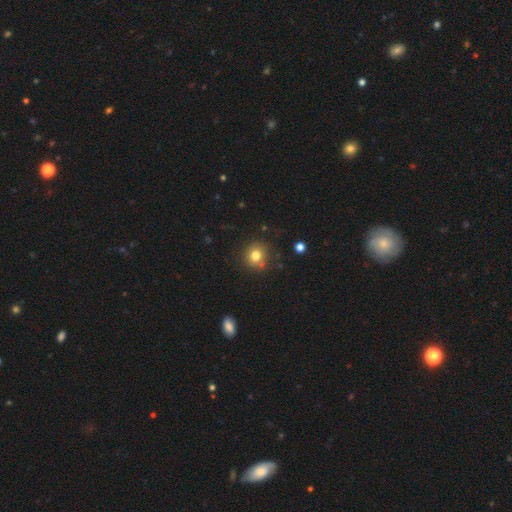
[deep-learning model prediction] smooth_or_featured: smooth (p=0.79) [alt: star or artifact p=0.12]
how_rounded: round (p=0.85) [alt: in between p=0.14]
merging: none (p=0.77) [alt: minor disturbance p=0.13]